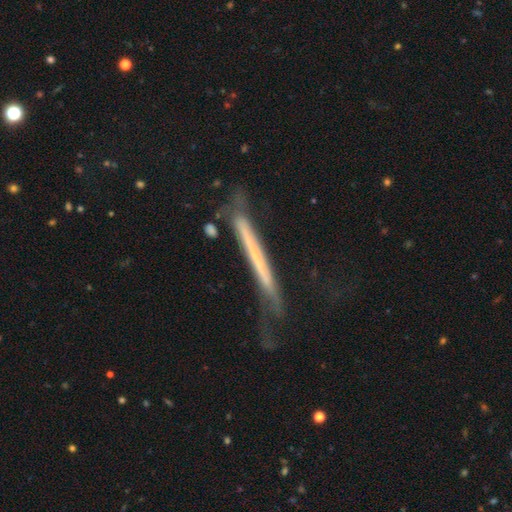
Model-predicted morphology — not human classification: type=featured or disk (57%); edge-on=yes (90%); edge-on bulge=none (88%); merging=none (56%).